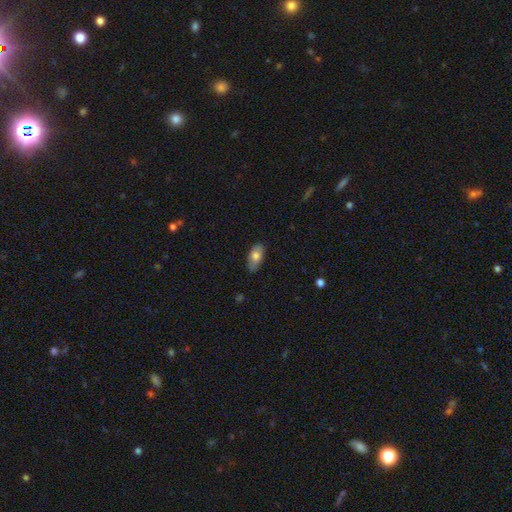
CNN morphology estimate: Smooth or featured? Predicted: smooth (p=0.76). How rounded? Predicted: in between (p=0.89). Merging? Predicted: none (p=0.75).